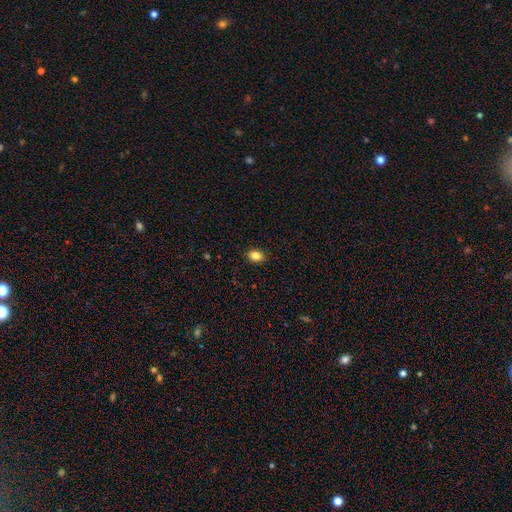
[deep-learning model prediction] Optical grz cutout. It shows a smooth galaxy with no disk features (85%) that is in between round and cigar-shaped (70%). Merging: none (89%).